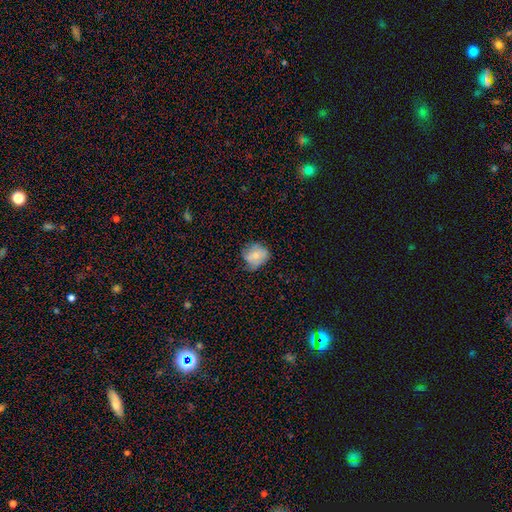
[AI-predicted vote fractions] A smooth galaxy with no disk features (71%) that is round (71%).

Vote fractions:
- Smooth or featured? smooth: 71% / featured or disk: 20% / star or artifact: 9%
- How rounded? round: 71% / in between: 28% / cigar-shaped: 1%
- Merging? none: 55% / minor disturbance: 32% / major disturbance: 11% / merger: 2%